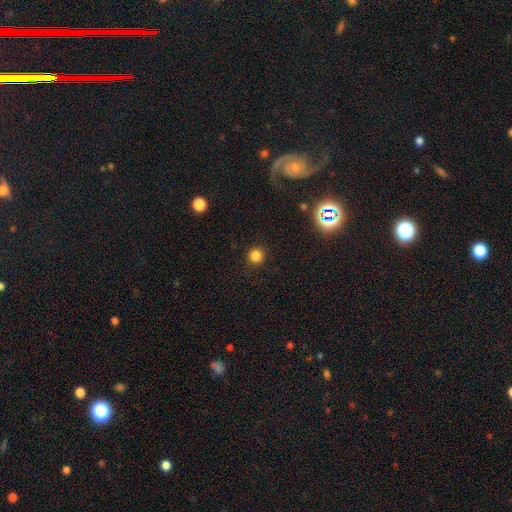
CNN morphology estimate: A smooth galaxy with no disk features (82%) that is round (94%).

Vote fractions:
- Smooth or featured? smooth: 82% / star or artifact: 14% / featured or disk: 4%
- How rounded? round: 94% / in between: 5% / cigar-shaped: 1%
- Merging? none: 91% / minor disturbance: 6% / major disturbance: 2% / merger: 1%